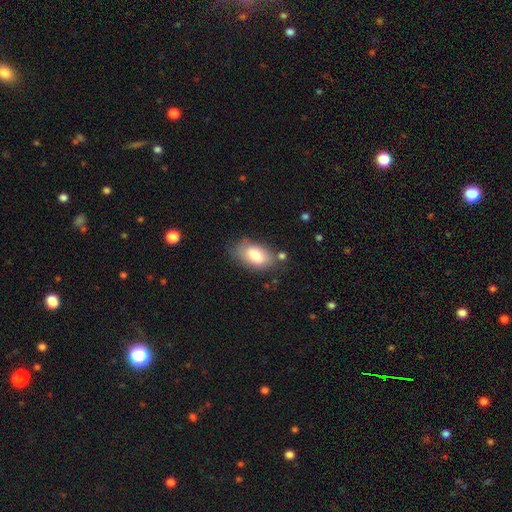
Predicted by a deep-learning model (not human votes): A smooth galaxy with no disk features (78%) that is in between round and cigar-shaped (92%).

Vote fractions:
- Smooth or featured? smooth: 78% / featured or disk: 15% / star or artifact: 7%
- How rounded? in between: 92% / round: 5% / cigar-shaped: 2%
- Merging? none: 67% / minor disturbance: 21% / major disturbance: 6% / merger: 6%